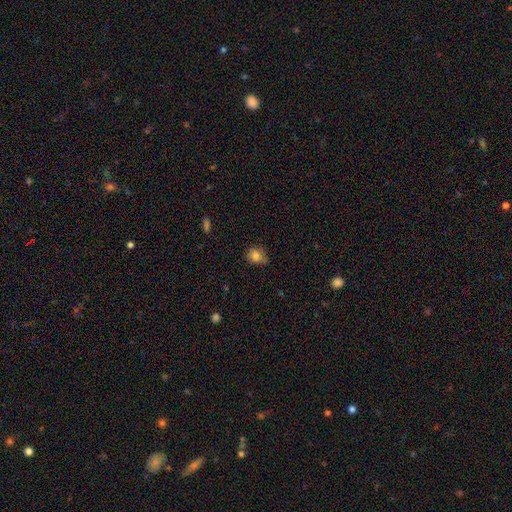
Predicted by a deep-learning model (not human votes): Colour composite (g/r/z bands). It shows a smooth galaxy with no disk features (81%) that is round (61%). Merging: none (68%).